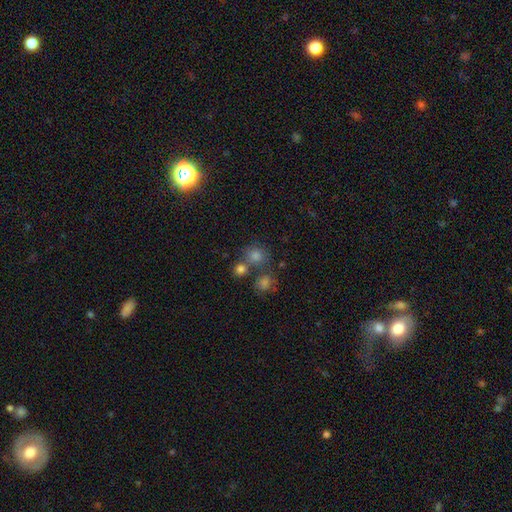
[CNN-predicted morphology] Overall: smooth (69%). How rounded: round (86%). Merging: none (61%; merger 26%).